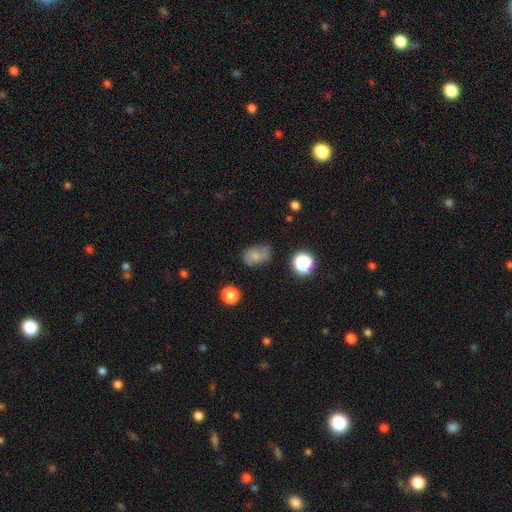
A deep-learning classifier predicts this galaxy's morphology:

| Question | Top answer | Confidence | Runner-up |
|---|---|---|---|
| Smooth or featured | smooth | 61% | featured or disk (25%) |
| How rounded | in between | 68% | round (30%) |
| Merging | none | 57% | minor disturbance (29%) |